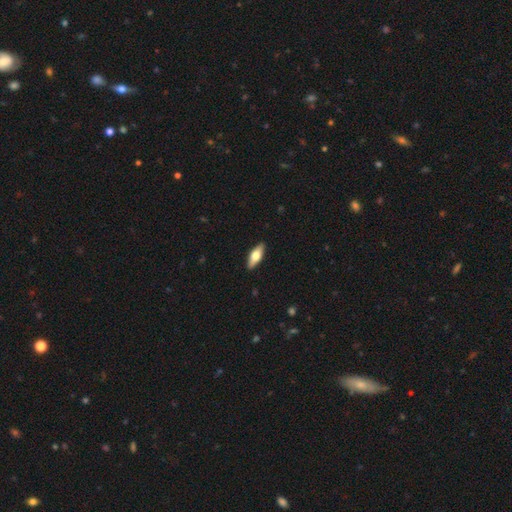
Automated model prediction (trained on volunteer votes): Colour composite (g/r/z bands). It shows a smooth galaxy with no disk features (61%) that is in between round and cigar-shaped (67%). Merging: none (90%).